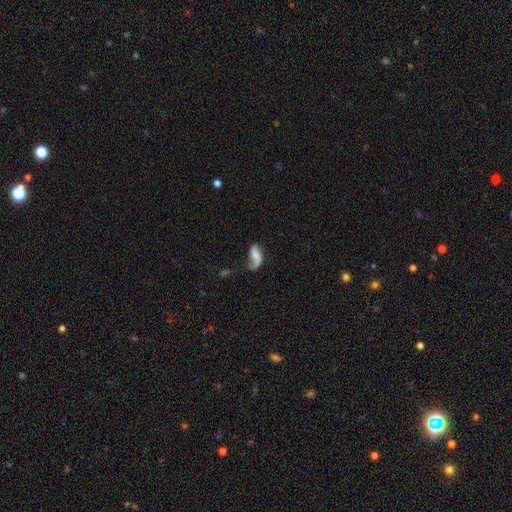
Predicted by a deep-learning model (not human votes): Smooth or featured? Predicted: featured or disk (p=0.55). Edge-on disk? Predicted: no (p=0.95). Bar? Predicted: no (p=0.52). Spiral arms? Predicted: yes (p=0.85). Bulge size? Predicted: none (p=0.52). Merging? Predicted: none (p=0.37).